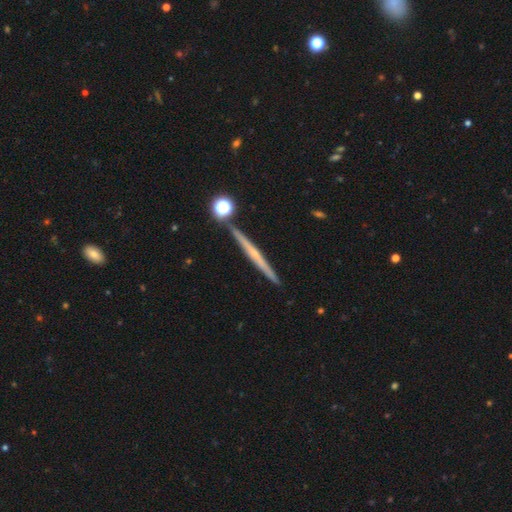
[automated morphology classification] featured or disk 66%, smooth 27%, star or artifact 7%. Down the decision tree: edge-on disk — yes (97%); edge-on bulge — none (52%); merging — none (87%).